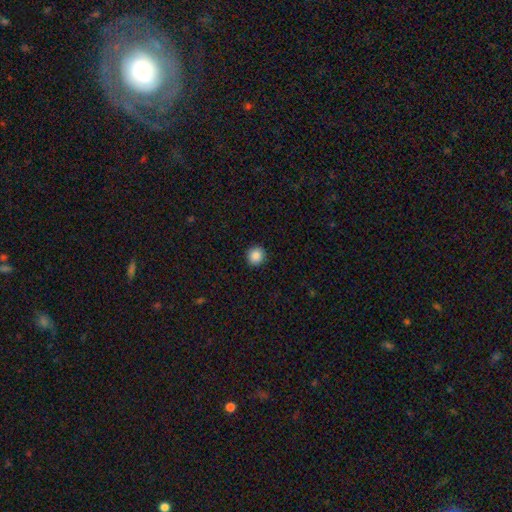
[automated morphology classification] A smooth galaxy with no disk features (88%) that is round (93%).

Vote fractions:
- Smooth or featured? smooth: 88% / star or artifact: 9% / featured or disk: 3%
- How rounded? round: 93% / in between: 6% / cigar-shaped: 1%
- Merging? none: 92% / minor disturbance: 5% / major disturbance: 2% / merger: 1%